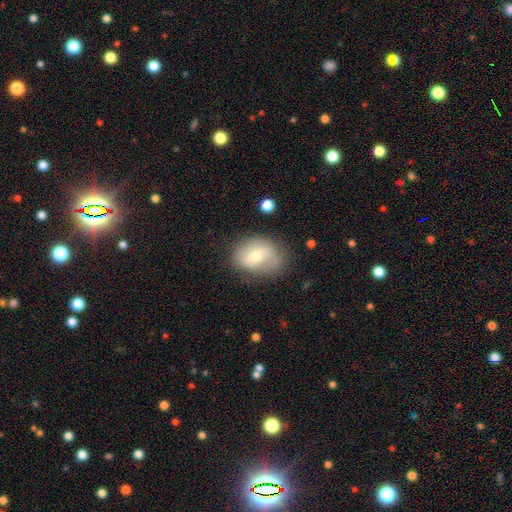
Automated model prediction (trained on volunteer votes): Q: Smooth or featured?
A: smooth (60%); runner-up: featured or disk (31%)
Q: How rounded?
A: in between (65%); runner-up: round (34%)
Q: Merging?
A: none (60%); runner-up: minor disturbance (27%)